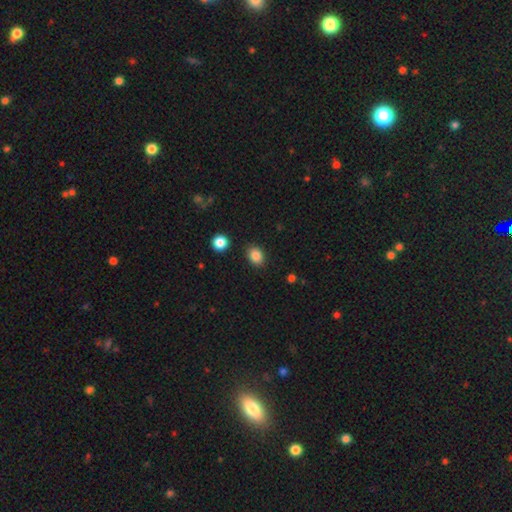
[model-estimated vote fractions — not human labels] smooth 86%, star or artifact 10%, featured or disk 5%. Down the decision tree: how rounded — in between (58%); merging — none (87%).